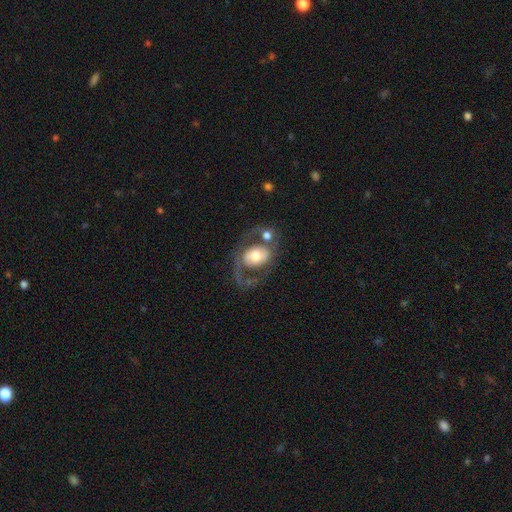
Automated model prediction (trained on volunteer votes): This appears to be a featured or disk galaxy (66%) with no bar (62%), spiral arms (66%) and a moderate central bulge (59%). Merging: none (42%).